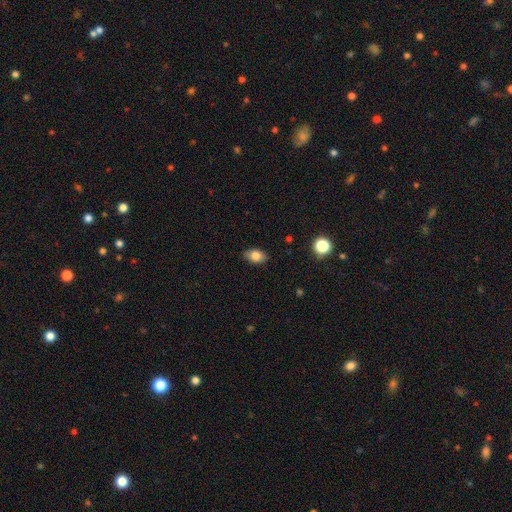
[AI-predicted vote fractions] Smooth or featured: smooth — 81% (featured or disk — 10%)
How rounded: in between — 88% (round — 10%)
Merging: none — 86% (minor disturbance — 11%)